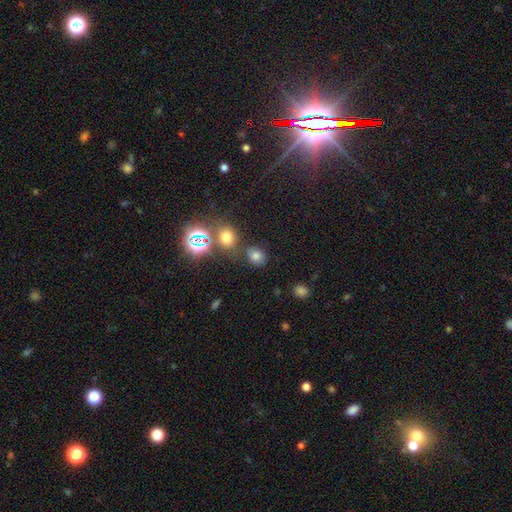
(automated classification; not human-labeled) Smooth or featured?
  - smooth: 69% *
  - star or artifact: 23%
  - featured or disk: 8%
How rounded?
  - round: 56% *
  - in between: 43%
  - cigar-shaped: 1%
Merging?
  - none: 70% *
  - minor disturbance: 13%
  - merger: 12%
  - major disturbance: 5%